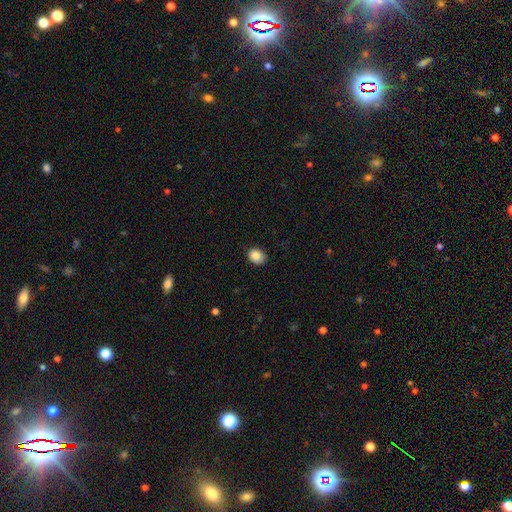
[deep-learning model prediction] Q: Smooth or featured?
A: smooth (87%); runner-up: star or artifact (9%)
Q: How rounded?
A: in between (52%); runner-up: round (48%)
Q: Merging?
A: none (82%); runner-up: minor disturbance (15%)